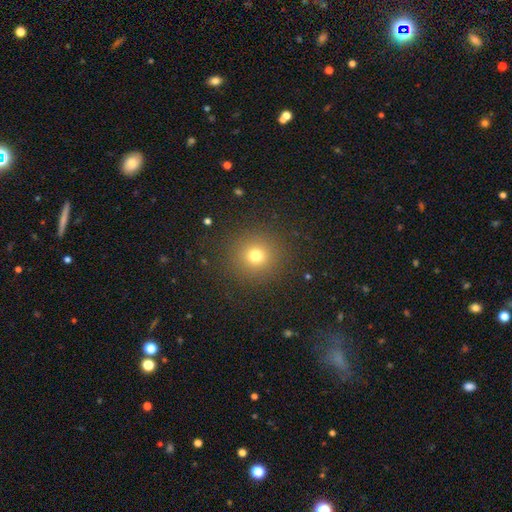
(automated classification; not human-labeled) Smooth or featured: smooth — 73% (star or artifact — 19%)
How rounded: round — 93% (in between — 6%)
Merging: none — 89% (minor disturbance — 6%)